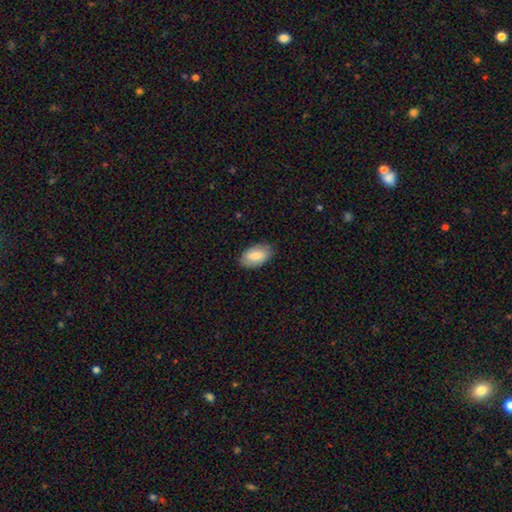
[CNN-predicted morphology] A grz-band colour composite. It shows a smooth galaxy with no disk features (82%) that is in between round and cigar-shaped (94%). Merging: none (85%).